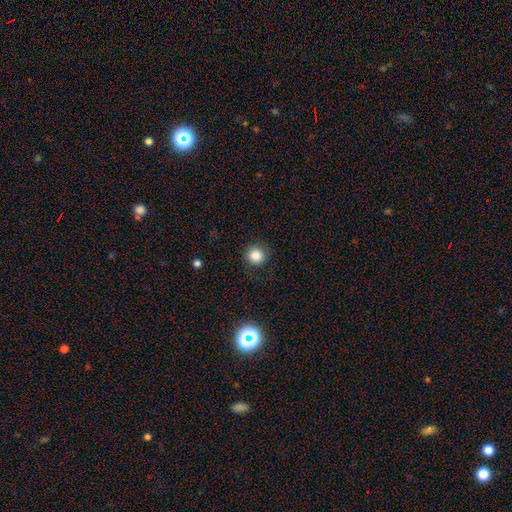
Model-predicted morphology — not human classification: The model was most divided on "smooth or featured": smooth: 85%, star or artifact: 11%, featured or disk: 4%. More confident: how rounded — round (94%); merging — none (85%).